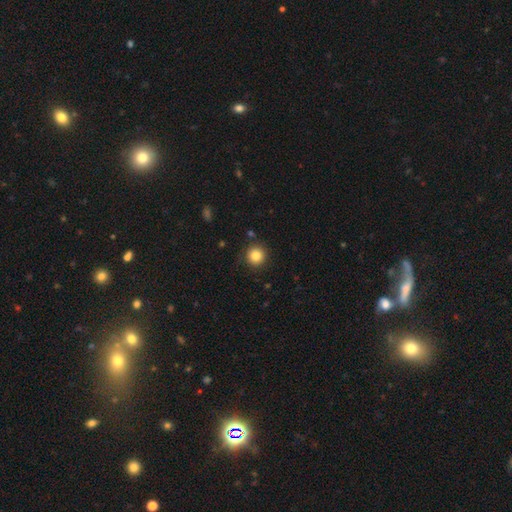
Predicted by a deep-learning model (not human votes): Overall: smooth (84%). How rounded: round (95%). Merging: none (89%).